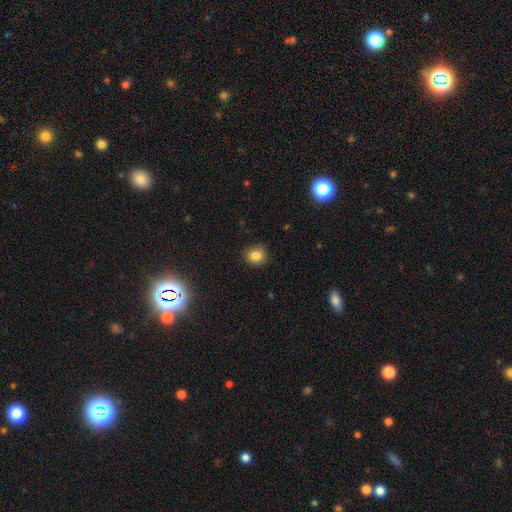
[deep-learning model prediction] Q: Smooth or featured?
A: smooth (83%); runner-up: star or artifact (12%)
Q: How rounded?
A: round (76%); runner-up: in between (23%)
Q: Merging?
A: none (86%); runner-up: minor disturbance (10%)